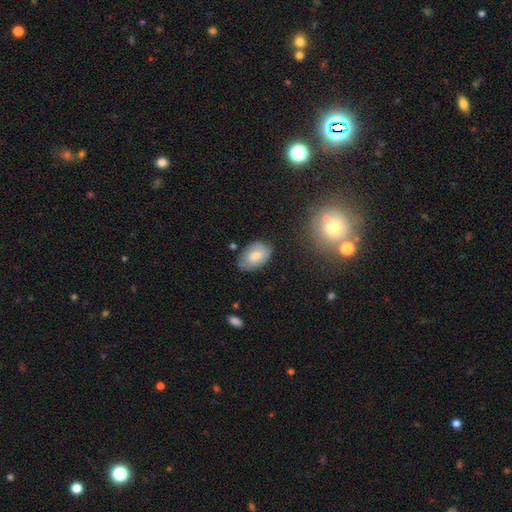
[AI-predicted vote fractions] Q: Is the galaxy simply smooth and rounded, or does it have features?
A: smooth — 71%.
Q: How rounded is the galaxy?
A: in between — 89%.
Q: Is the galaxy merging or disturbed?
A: none — 69%.